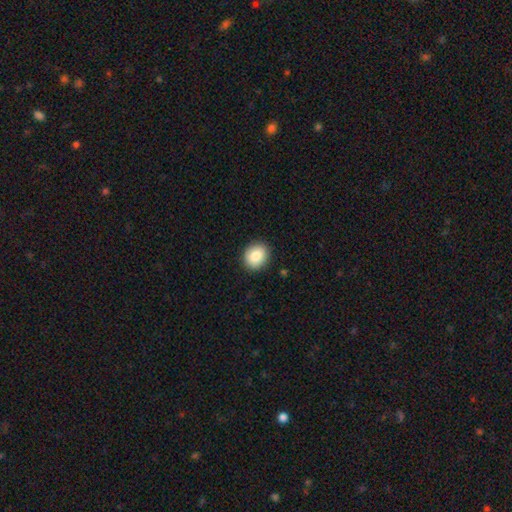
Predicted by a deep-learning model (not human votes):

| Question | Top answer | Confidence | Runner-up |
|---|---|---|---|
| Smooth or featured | smooth | 86% | star or artifact (8%) |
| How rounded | round | 61% | in between (38%) |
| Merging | none | 90% | minor disturbance (7%) |